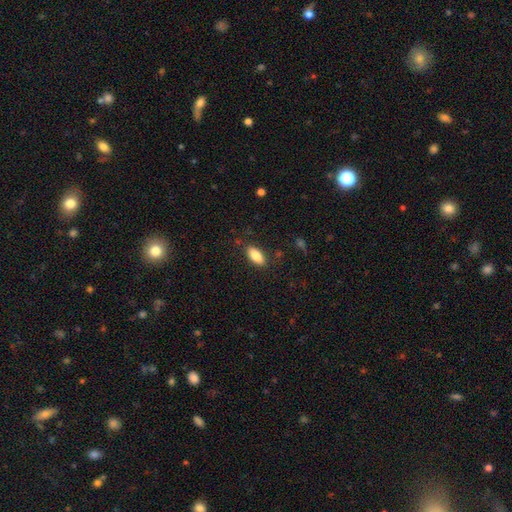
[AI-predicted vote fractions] Overall: smooth (84%). How rounded: in between (86%). Merging: none (85%).